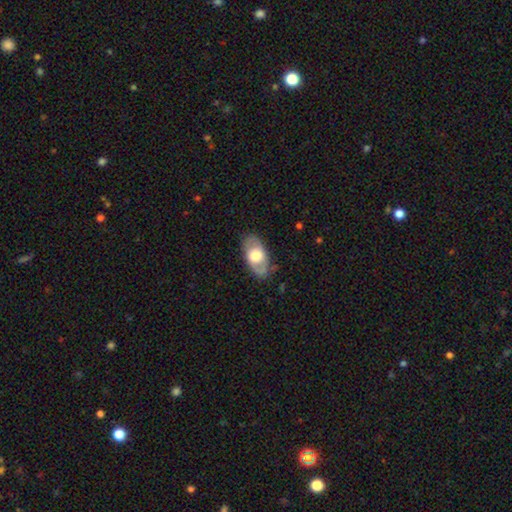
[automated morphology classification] Overall: smooth (50%; featured or disk 44%). How rounded: in between (91%). Merging: none (79%).